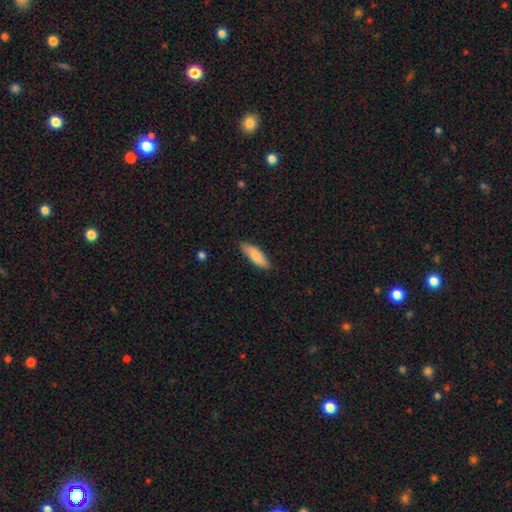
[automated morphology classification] The model was most divided on "how rounded": in between: 54%, cigar-shaped: 44%, round: 2%. More confident: merging — none (85%); smooth or featured — smooth (83%).